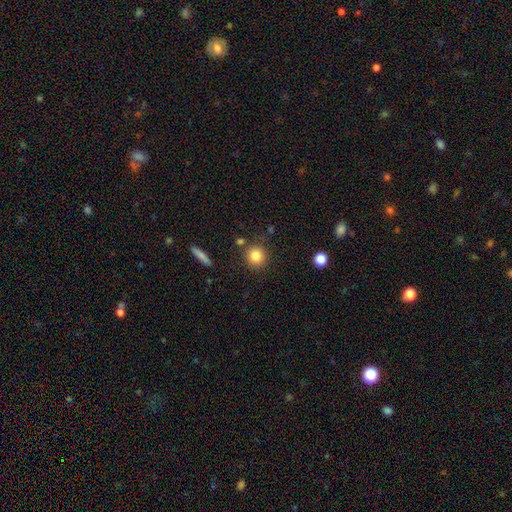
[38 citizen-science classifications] Volunteers were most divided on "merging": none: 89%, minor disturbance: 5%, merger: 5%, major disturbance: 0%. More confident: how rounded — round (94%); smooth or featured — smooth (92%).